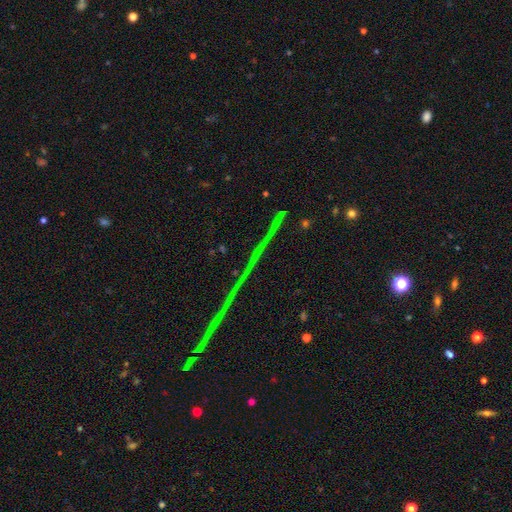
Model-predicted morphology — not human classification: Q: Smooth or featured?
A: star or artifact (79%); runner-up: featured or disk (14%)